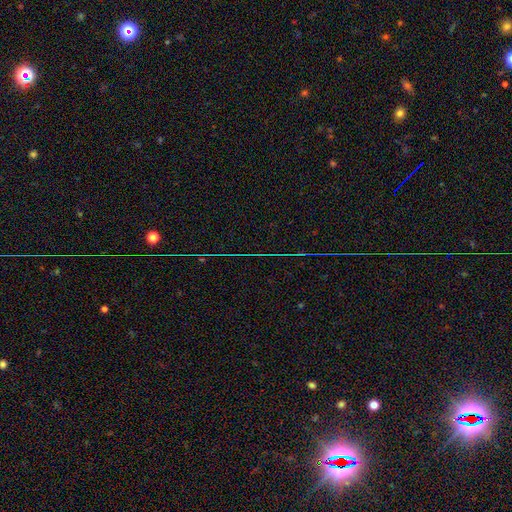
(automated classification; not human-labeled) Morphology: type=star or artifact (81%).